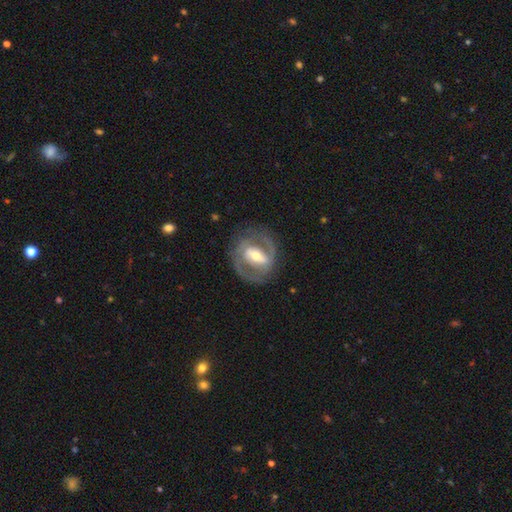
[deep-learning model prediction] Morphology: type=featured or disk (82%); edge-on=no (95%); bar=strong (55%); spiral arms=yes (81%); winding=medium (47%); arm count=2 (84%); bulge=moderate (64%); merging=none (77%).